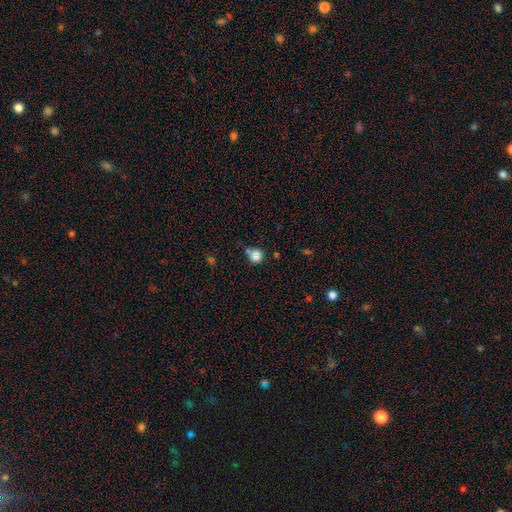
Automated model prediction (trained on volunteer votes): smooth-or-featured: smooth: 76% | star or artifact: 14% | featured or disk: 10%
  how-rounded: round: 85% | in between: 14% | cigar-shaped: 1%
  merging: none: 52% | merger: 30% | minor disturbance: 12% | major disturbance: 5%